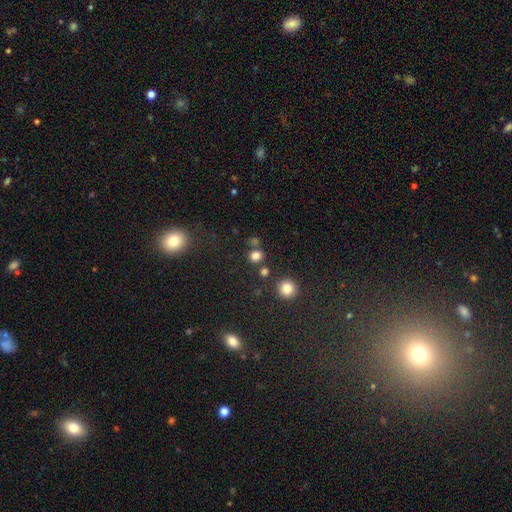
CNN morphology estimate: Q: Smooth or featured?
A: smooth (77%); runner-up: star or artifact (18%)
Q: How rounded?
A: round (80%); runner-up: in between (19%)
Q: Merging?
A: none (74%); runner-up: merger (14%)